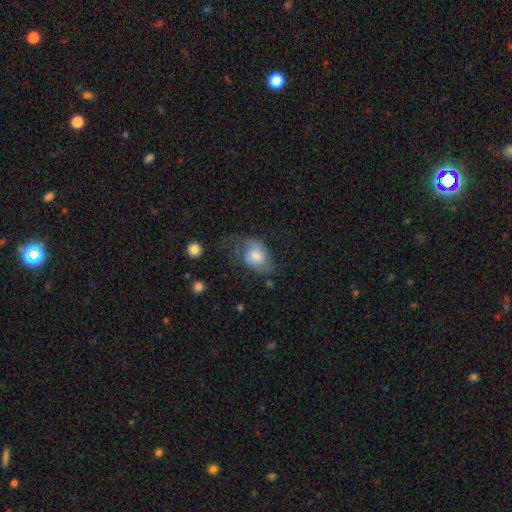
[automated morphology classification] A featured or disk galaxy (47%).

Vote fractions:
- Smooth or featured? featured or disk: 47% / smooth: 45% / star or artifact: 8%
- Merging? none: 40% / major disturbance: 30% / minor disturbance: 27% / merger: 3%